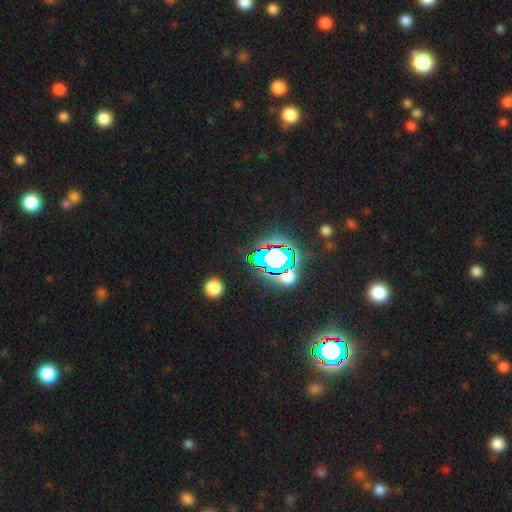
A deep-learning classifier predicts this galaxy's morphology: A star or artifact, not a galaxy (78%).